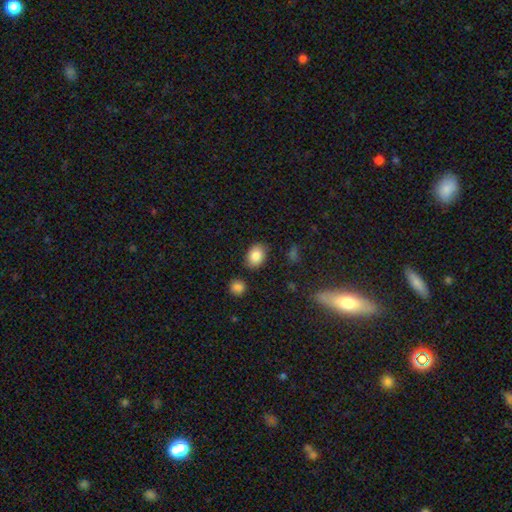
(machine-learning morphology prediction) This appears to be a smooth galaxy with no disk features (84%) that is in between round and cigar-shaped (75%). Merging: none (83%).